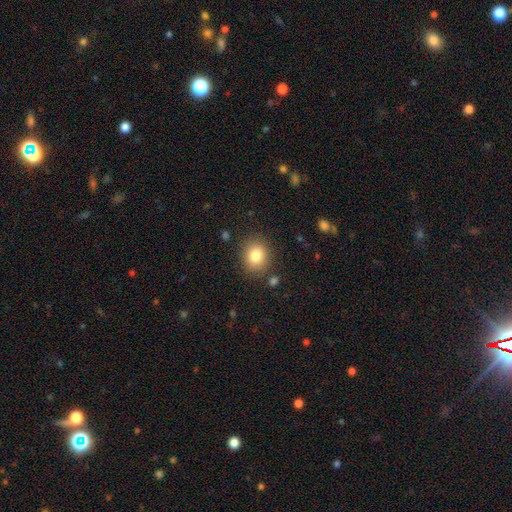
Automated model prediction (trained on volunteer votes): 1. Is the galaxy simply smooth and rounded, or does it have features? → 83% smooth, 10% star or artifact, 7% featured or disk.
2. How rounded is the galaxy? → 67% round, 32% in between, 1% cigar-shaped.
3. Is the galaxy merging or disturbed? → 84% none, 10% minor disturbance, 3% major disturbance, 2% merger.